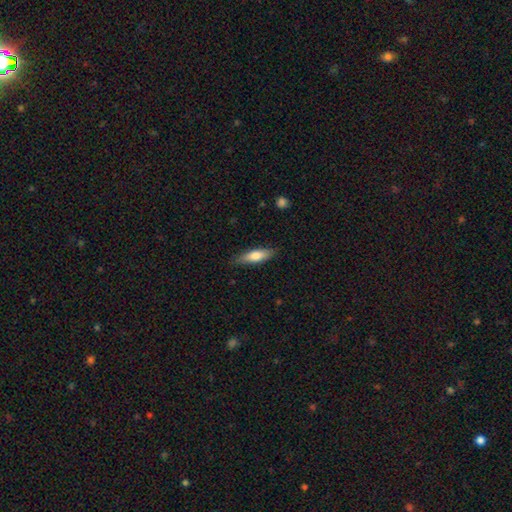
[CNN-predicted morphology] The model was most divided on "how rounded": cigar-shaped: 57%, in between: 41%, round: 2%. More confident: merging — none (84%); smooth or featured — smooth (72%).